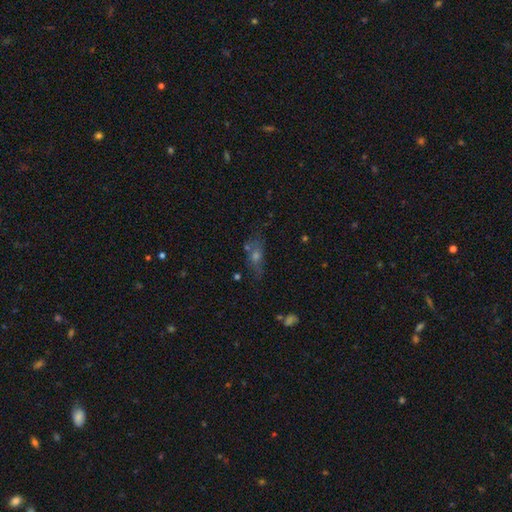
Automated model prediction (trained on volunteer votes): A smooth galaxy with no disk features (43%).

Vote fractions:
- Smooth or featured? smooth: 43% / featured or disk: 32% / star or artifact: 25%
- Merging? none: 61% / minor disturbance: 18% / merger: 11% / major disturbance: 10%